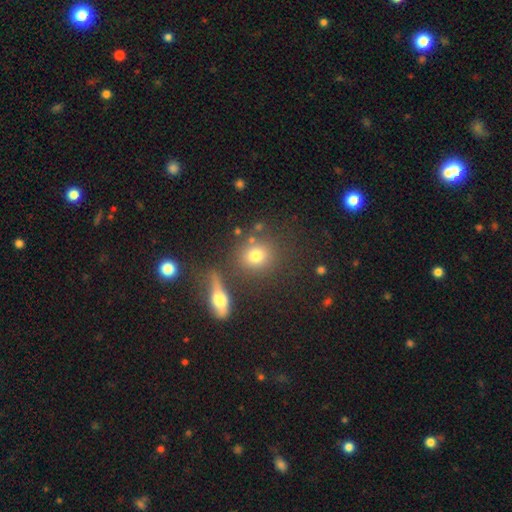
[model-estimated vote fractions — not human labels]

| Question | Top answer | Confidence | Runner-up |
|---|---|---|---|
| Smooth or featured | smooth | 73% | star or artifact (14%) |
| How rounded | round | 81% | in between (17%) |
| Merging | none | 72% | merger (13%) |